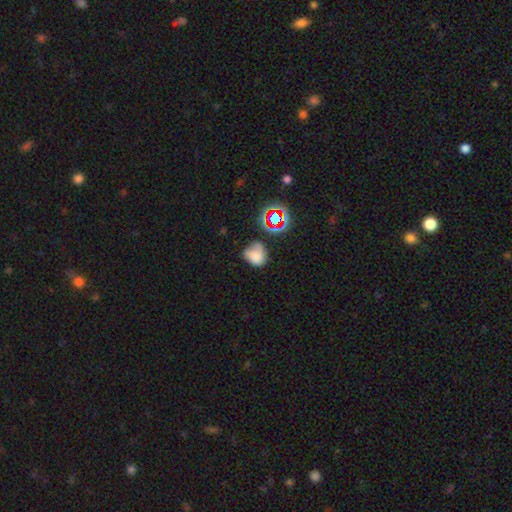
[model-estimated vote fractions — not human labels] Q: Smooth or featured?
A: smooth (65%); runner-up: featured or disk (18%)
Q: How rounded?
A: round (58%); runner-up: in between (41%)
Q: Merging?
A: none (40%); runner-up: minor disturbance (32%)